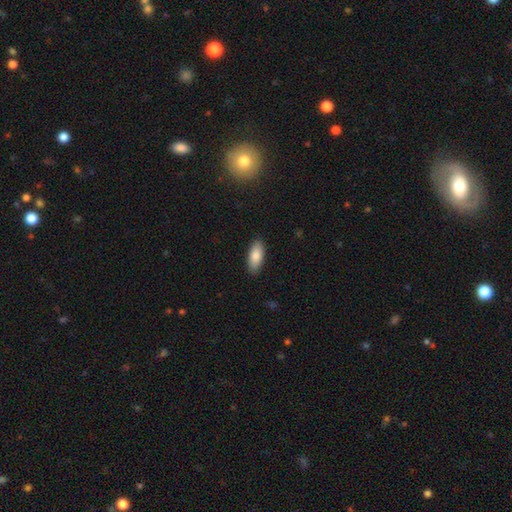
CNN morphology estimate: smooth_or_featured: smooth (p=0.85) [alt: featured or disk p=0.09]
how_rounded: in between (p=0.83) [alt: cigar-shaped p=0.15]
merging: none (p=0.89) [alt: minor disturbance p=0.09]